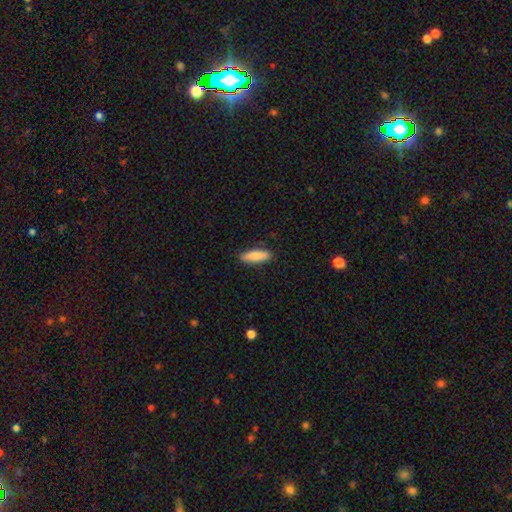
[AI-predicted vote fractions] A smooth galaxy with no disk features (86%) that is in between round and cigar-shaped (52%). Merging: none (87%).